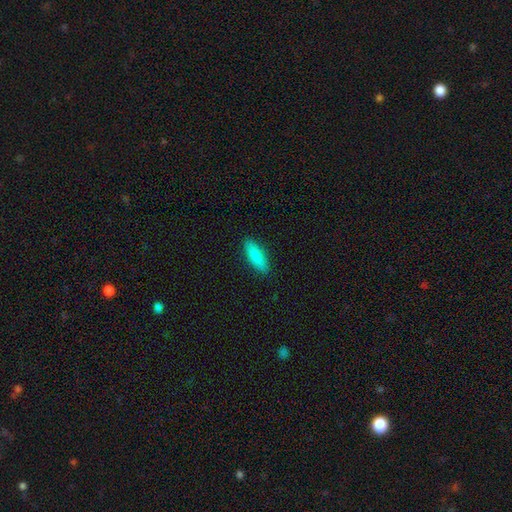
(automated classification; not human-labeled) Q: Smooth or featured?
A: smooth (87%); runner-up: featured or disk (7%)
Q: How rounded?
A: in between (51%); runner-up: cigar-shaped (48%)
Q: Merging?
A: none (89%); runner-up: minor disturbance (8%)